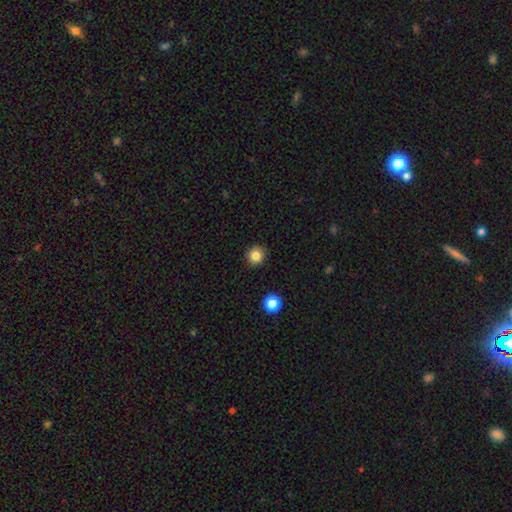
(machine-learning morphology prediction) type=smooth (83%); roundness=round (92%); merging=none (91%).